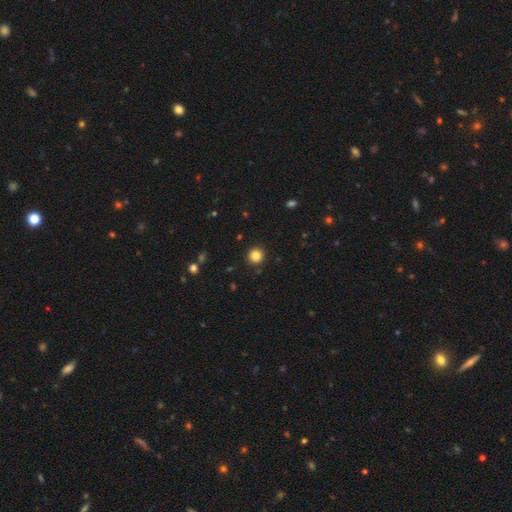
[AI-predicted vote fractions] smooth-or-featured: smooth: 84% | star or artifact: 12% | featured or disk: 4%
  how-rounded: round: 95% | in between: 4% | cigar-shaped: 1%
  merging: none: 92% | minor disturbance: 5% | major disturbance: 2% | merger: 1%